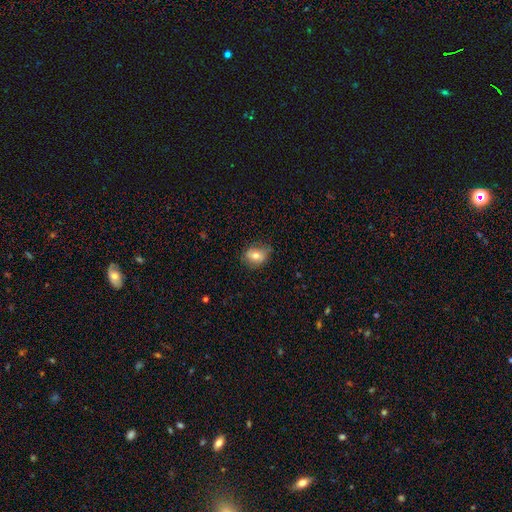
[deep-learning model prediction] Smooth or featured?
  - smooth: 71% *
  - featured or disk: 20%
  - star or artifact: 9%
How rounded?
  - in between: 58% *
  - round: 41%
  - cigar-shaped: 1%
Merging?
  - none: 70% *
  - minor disturbance: 23%
  - major disturbance: 6%
  - merger: 1%